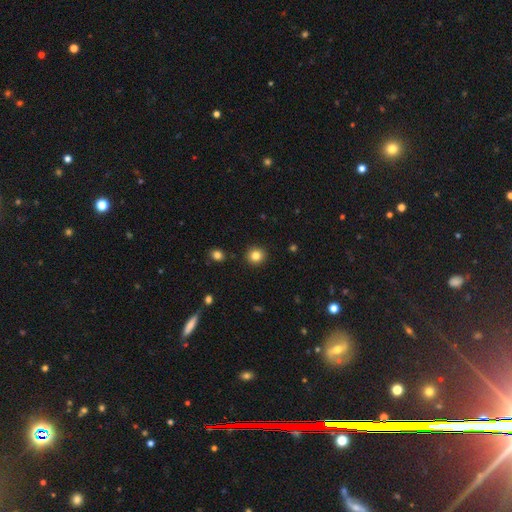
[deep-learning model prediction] Smooth or featured? Predicted: smooth (p=0.83). How rounded? Predicted: round (p=0.90). Merging? Predicted: none (p=0.92).